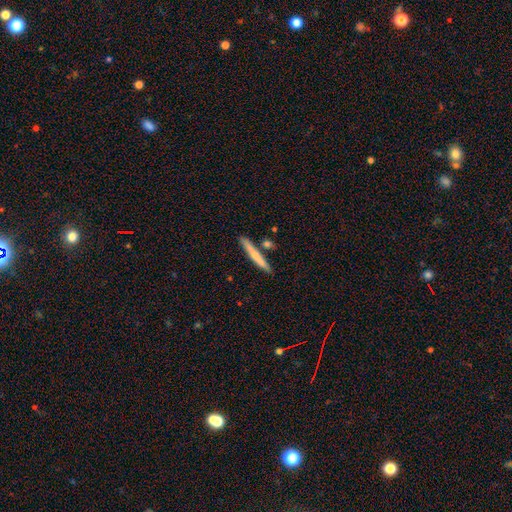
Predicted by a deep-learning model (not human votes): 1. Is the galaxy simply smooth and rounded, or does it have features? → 59% smooth, 36% featured or disk, 5% star or artifact.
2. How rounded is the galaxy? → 95% cigar-shaped, 4% in between, 2% round.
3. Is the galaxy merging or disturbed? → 79% none, 10% minor disturbance, 8% merger, 2% major disturbance.